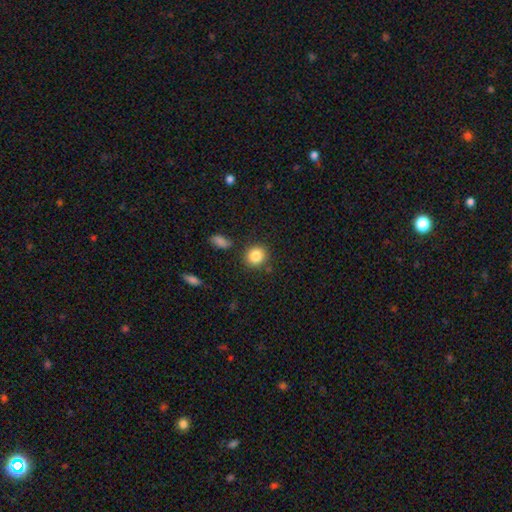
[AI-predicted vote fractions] A smooth galaxy with no disk features (85%) that is round (82%). Merging: none (83%).